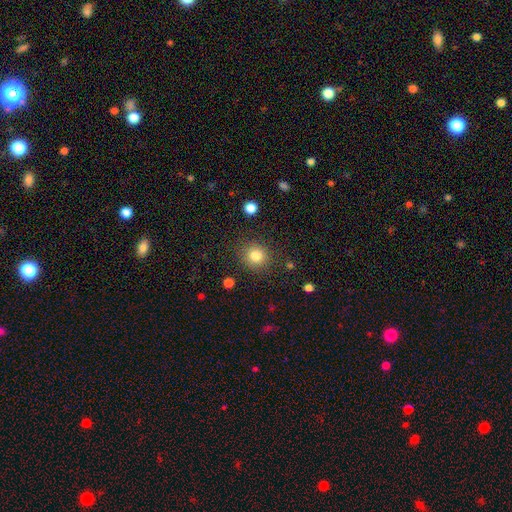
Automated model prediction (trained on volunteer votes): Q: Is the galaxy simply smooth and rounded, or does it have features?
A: smooth — 83%.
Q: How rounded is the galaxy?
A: round — 87%.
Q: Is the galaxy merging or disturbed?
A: none — 87%.